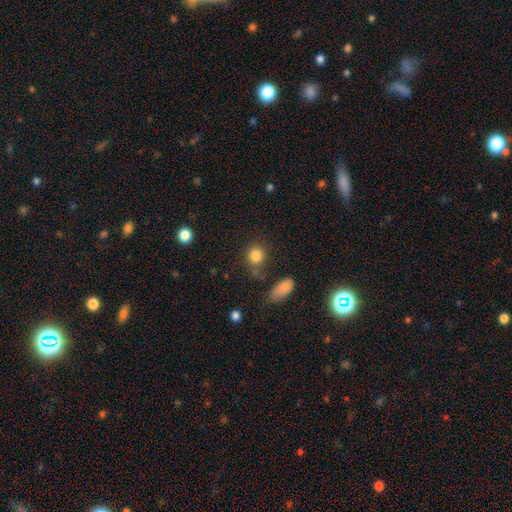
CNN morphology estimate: Smooth or featured?
  - smooth: 83% *
  - star or artifact: 10%
  - featured or disk: 7%
How rounded?
  - round: 76% *
  - in between: 22%
  - cigar-shaped: 1%
Merging?
  - none: 61% *
  - minor disturbance: 17%
  - major disturbance: 11%
  - merger: 10%